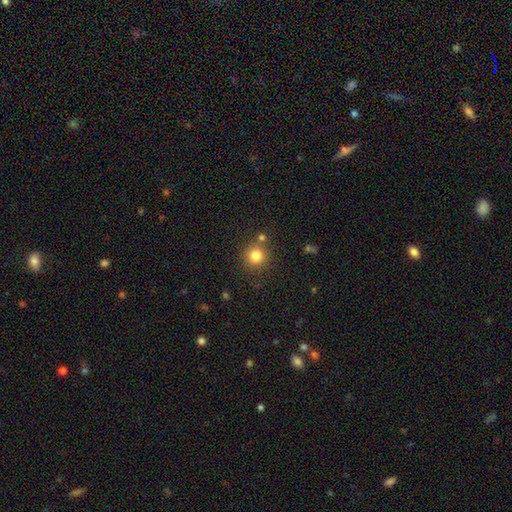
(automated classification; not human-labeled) This is clearly a smooth galaxy (81%). How rounded: clearly round (93%). Merging: likely none (79%).